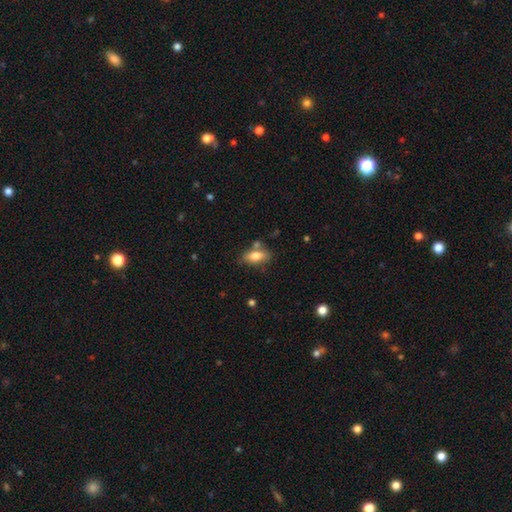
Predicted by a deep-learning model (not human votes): smooth_or_featured: smooth (p=0.78) [alt: featured or disk p=0.15]
how_rounded: in between (p=0.86) [alt: cigar-shaped p=0.10]
merging: none (p=0.65) [alt: minor disturbance p=0.17]